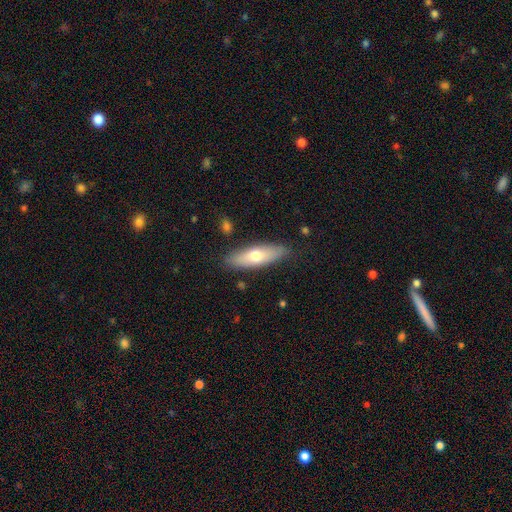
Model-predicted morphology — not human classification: This appears to be a smooth galaxy with no disk features (64%) that is in between round and cigar-shaped (52%). Merging: none (86%).